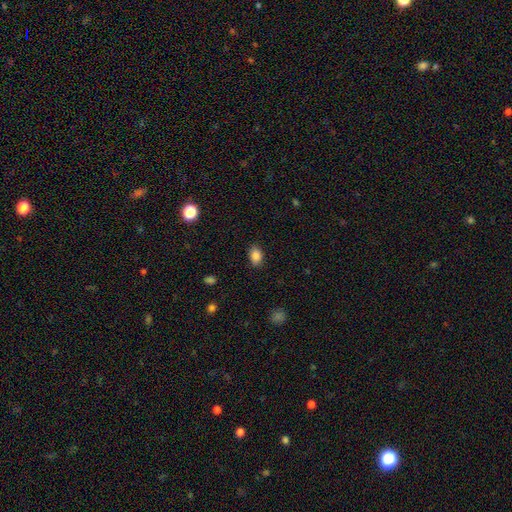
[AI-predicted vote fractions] A smooth galaxy with no disk features (86%) that is in between round and cigar-shaped (84%). Merging: none (87%).